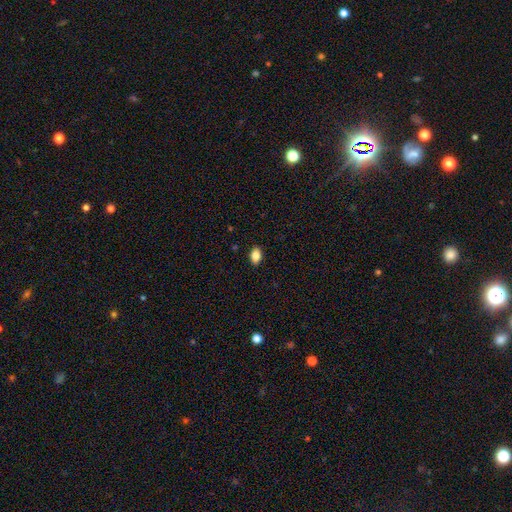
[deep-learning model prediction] The model was most divided on "smooth or featured": smooth: 85%, star or artifact: 9%, featured or disk: 6%. More confident: merging — none (89%); how rounded — in between (89%).